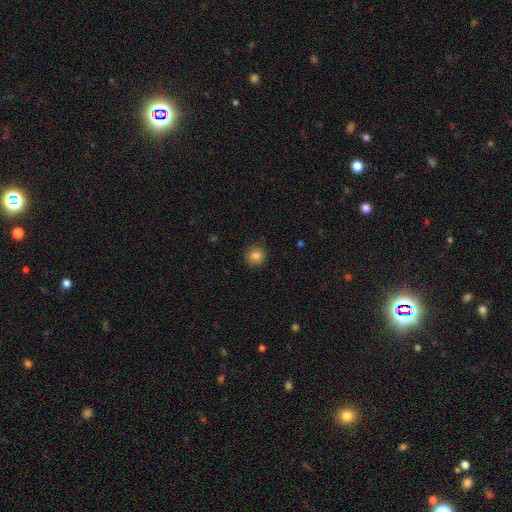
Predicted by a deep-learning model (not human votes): smooth_or_featured: smooth (p=0.83) [alt: star or artifact p=0.11]
how_rounded: round (p=0.93) [alt: in between p=0.06]
merging: none (p=0.89) [alt: minor disturbance p=0.08]